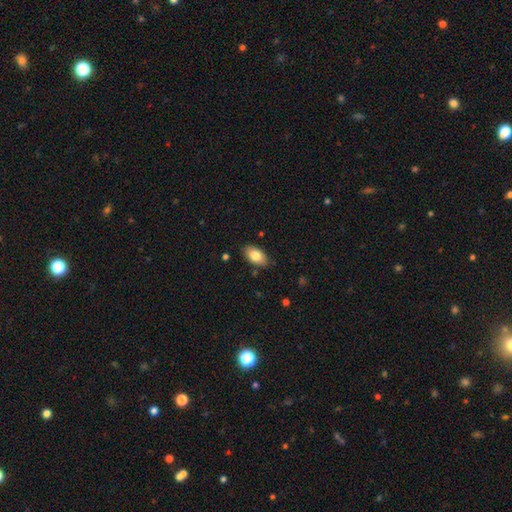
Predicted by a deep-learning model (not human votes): Overall: smooth (82%). How rounded: in between (93%). Merging: none (84%).